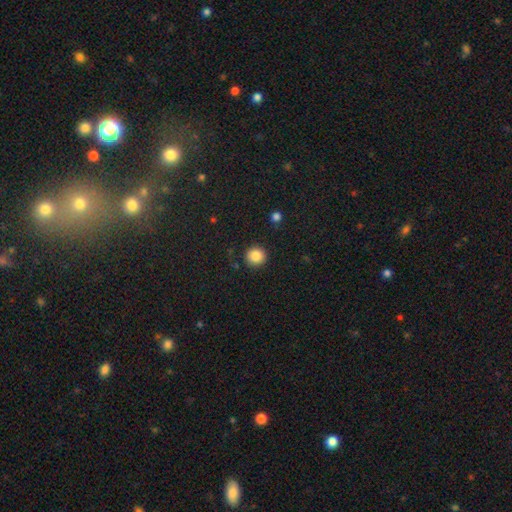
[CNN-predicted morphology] smooth-or-featured: smooth: 87% | star or artifact: 10% | featured or disk: 4%
  how-rounded: round: 94% | in between: 5% | cigar-shaped: 1%
  merging: none: 90% | minor disturbance: 6% | major disturbance: 2% | merger: 1%